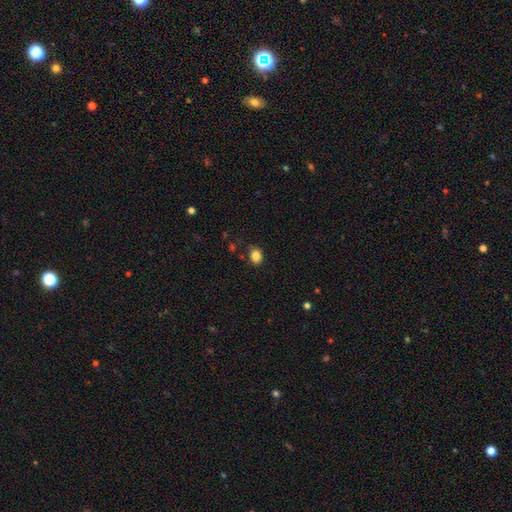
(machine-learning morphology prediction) This is clearly a smooth galaxy (85%). How rounded: possibly in between (59%). Merging: clearly none (80%).